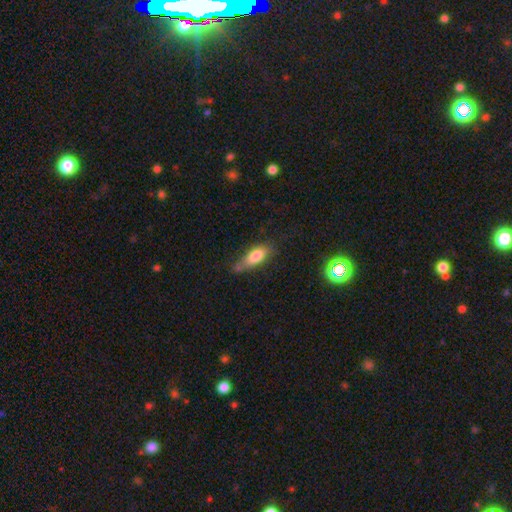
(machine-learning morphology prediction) Overall: smooth (75%). How rounded: in between (68%; cigar-shaped 29%). Merging: none (55%; minor disturbance 29%).